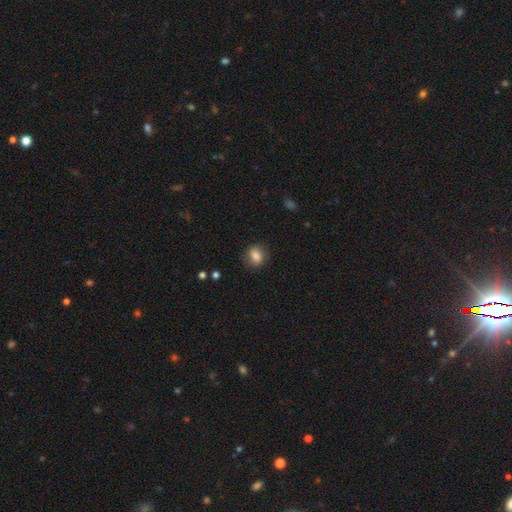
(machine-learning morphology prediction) Smooth or featured? smooth (81%)
How rounded? round (53%)
Merging? none (81%)